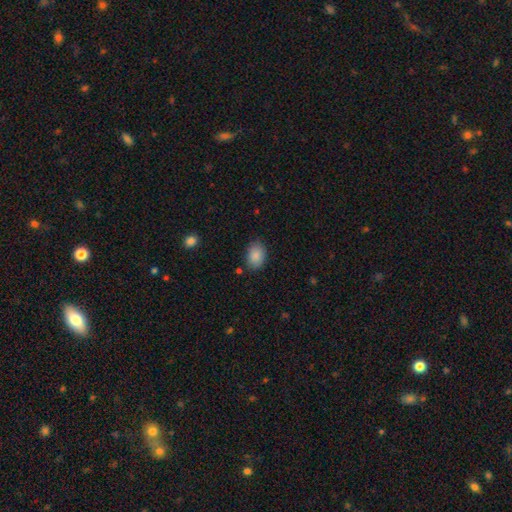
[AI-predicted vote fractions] smooth 88%, star or artifact 7%, featured or disk 5%. Down the decision tree: how rounded — in between (77%); merging — none (82%).